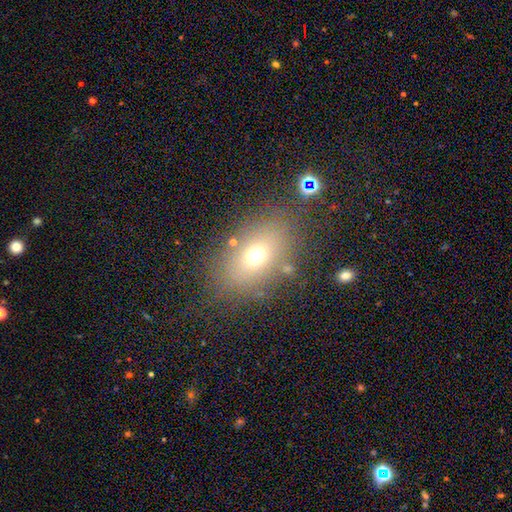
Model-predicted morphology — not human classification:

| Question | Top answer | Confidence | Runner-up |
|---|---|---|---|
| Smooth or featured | smooth | 66% | star or artifact (17%) |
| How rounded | in between | 74% | round (24%) |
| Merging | none | 77% | minor disturbance (12%) |